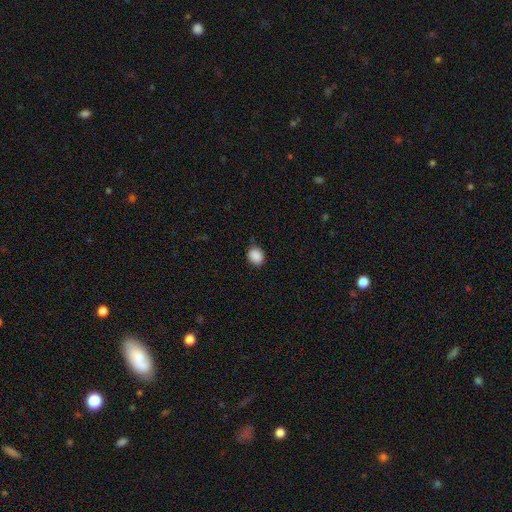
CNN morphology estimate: The model was most divided on "how rounded": round: 57%, in between: 42%, cigar-shaped: 1%. More confident: smooth or featured — smooth (89%); merging — none (84%).